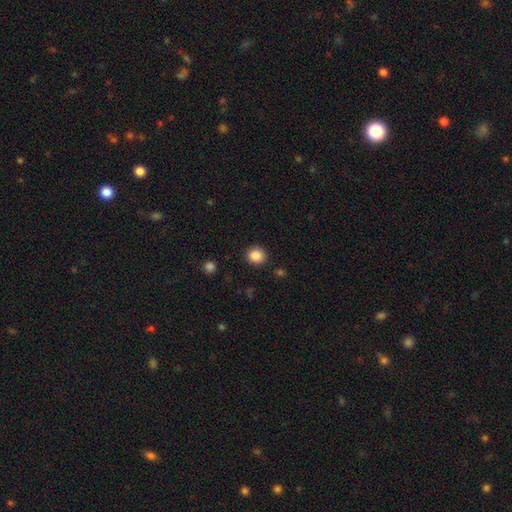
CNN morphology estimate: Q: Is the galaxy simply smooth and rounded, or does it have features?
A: smooth — 87%.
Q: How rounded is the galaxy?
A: round — 87%.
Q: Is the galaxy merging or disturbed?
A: none — 90%.